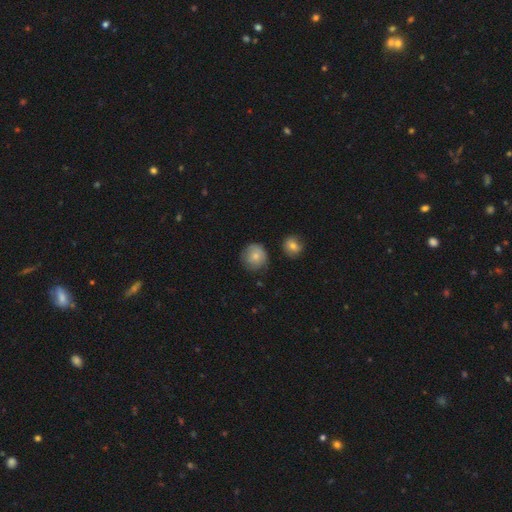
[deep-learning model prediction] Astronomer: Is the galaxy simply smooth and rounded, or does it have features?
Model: smooth — 80%.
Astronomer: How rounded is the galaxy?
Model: round — 90%.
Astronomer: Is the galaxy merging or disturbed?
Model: none — 74%.